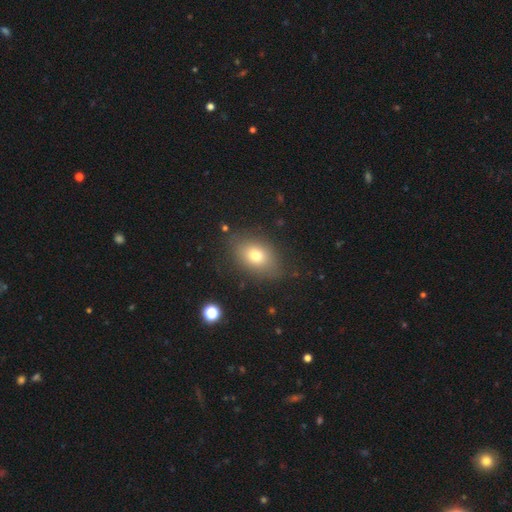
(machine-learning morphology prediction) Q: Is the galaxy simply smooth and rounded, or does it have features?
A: smooth — 73%.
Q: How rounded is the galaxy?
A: in between — 77%.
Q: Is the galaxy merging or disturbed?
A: none — 79%.